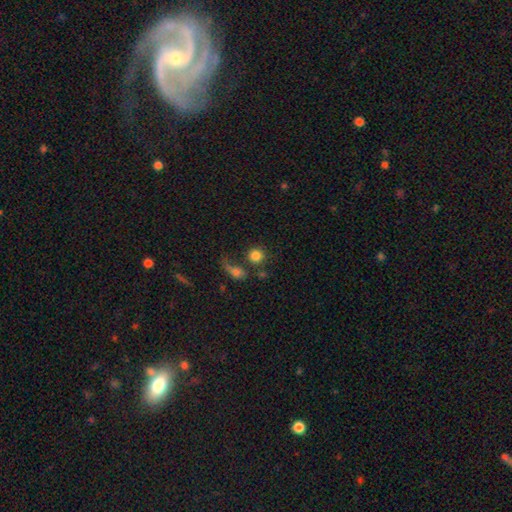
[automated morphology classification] smooth_or_featured: smooth (p=0.82) [alt: star or artifact p=0.11]
how_rounded: round (p=0.90) [alt: in between p=0.09]
merging: none (p=0.62) [alt: merger p=0.18]